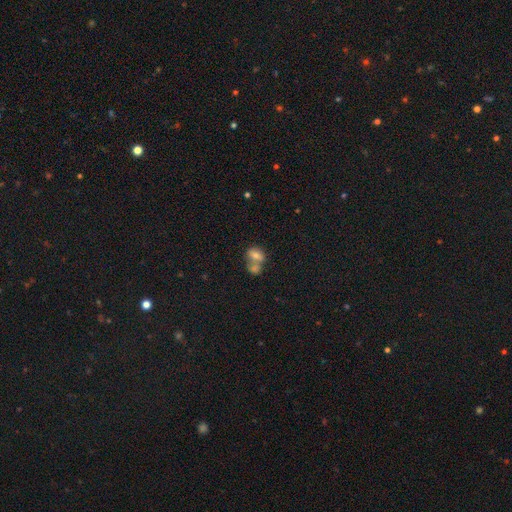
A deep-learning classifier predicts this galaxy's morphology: This appears to be a smooth galaxy with no disk features (71%) that is in between round and cigar-shaped (69%). Merging: merger (63%).